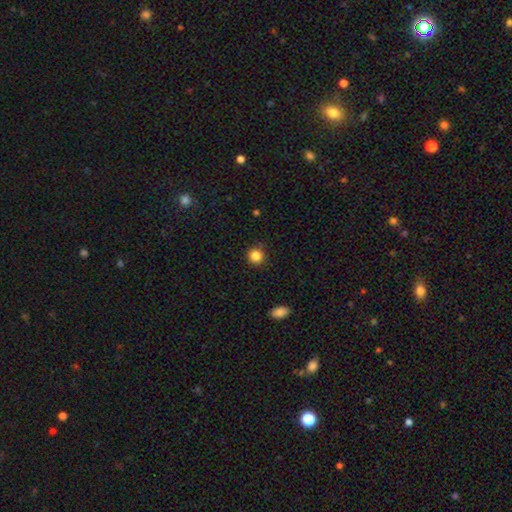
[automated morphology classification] A smooth galaxy with no disk features (85%) that is round (93%). Merging: none (88%).